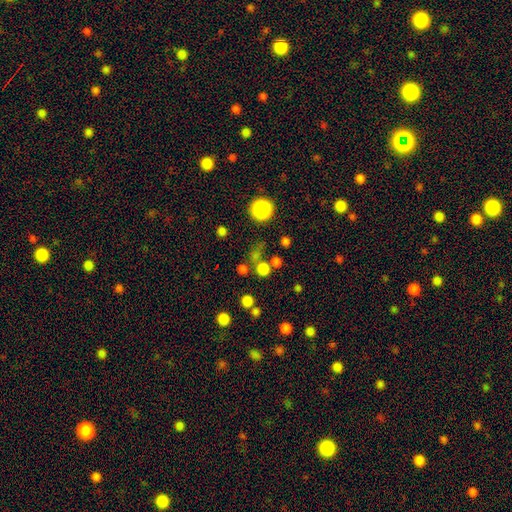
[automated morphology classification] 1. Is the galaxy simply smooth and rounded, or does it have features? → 52% smooth, 39% star or artifact, 9% featured or disk.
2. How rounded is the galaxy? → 87% round, 11% in between, 1% cigar-shaped.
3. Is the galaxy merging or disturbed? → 63% none, 21% merger, 9% minor disturbance, 7% major disturbance.